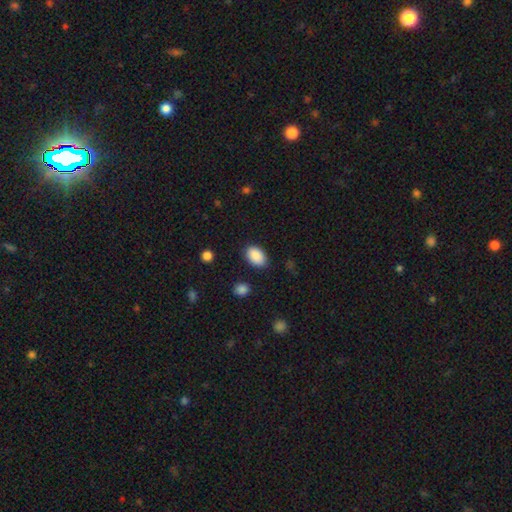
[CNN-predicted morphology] Smooth or featured? smooth (89%)
How rounded? in between (89%)
Merging? none (86%)